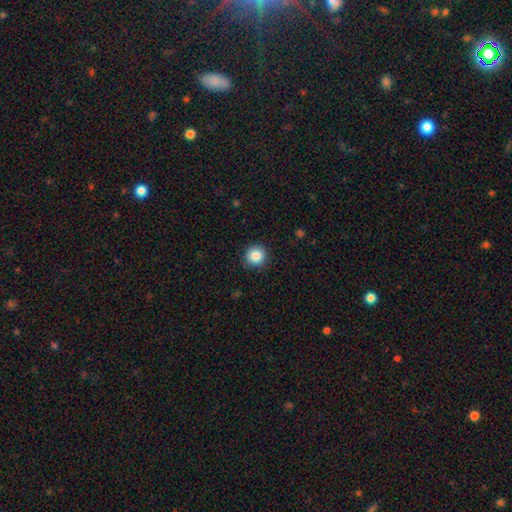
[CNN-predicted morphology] smooth-or-featured: smooth: 86% | star or artifact: 9% | featured or disk: 5%
  how-rounded: round: 94% | in between: 5% | cigar-shaped: 1%
  merging: none: 90% | minor disturbance: 7% | major disturbance: 2% | merger: 1%